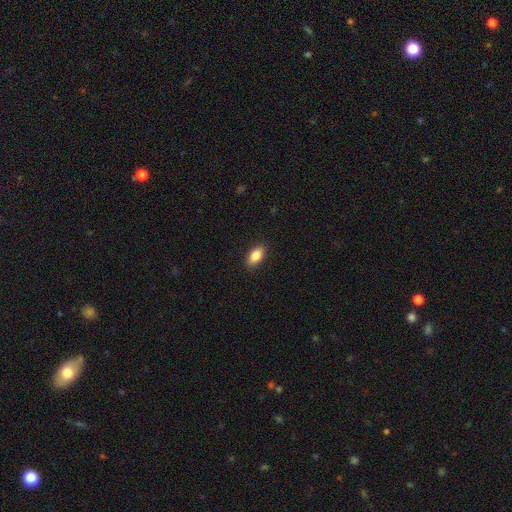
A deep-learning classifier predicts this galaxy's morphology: smooth-or-featured: smooth: 85% | star or artifact: 7% | featured or disk: 7%
  how-rounded: in between: 90% | round: 5% | cigar-shaped: 5%
  merging: none: 89% | minor disturbance: 8% | major disturbance: 2% | merger: 1%